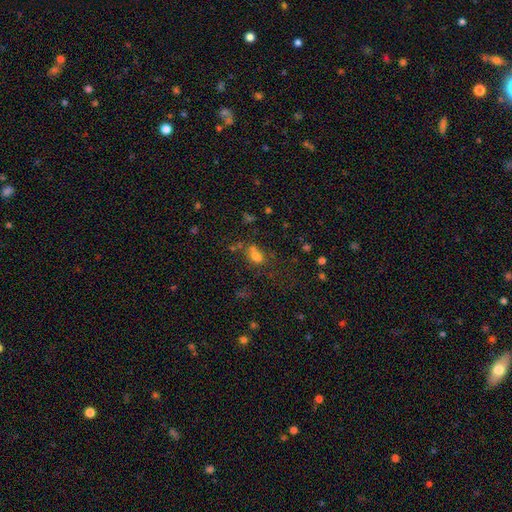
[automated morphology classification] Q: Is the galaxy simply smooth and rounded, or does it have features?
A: smooth — 68%.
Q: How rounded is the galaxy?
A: in between — 64%.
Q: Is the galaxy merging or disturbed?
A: none — 41%.